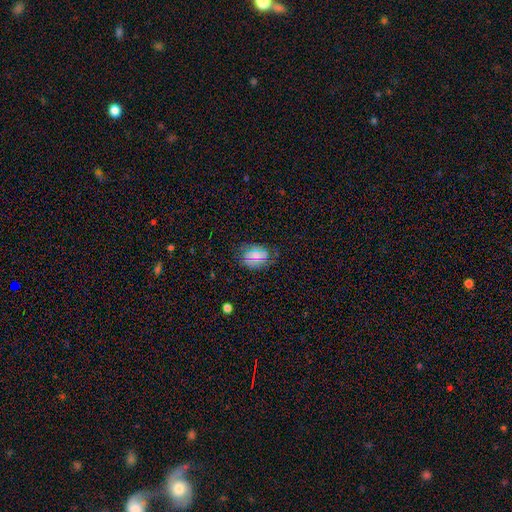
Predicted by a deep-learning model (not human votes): A smooth galaxy with no disk features (61%) that is in between round and cigar-shaped (73%). Merging: none (66%).